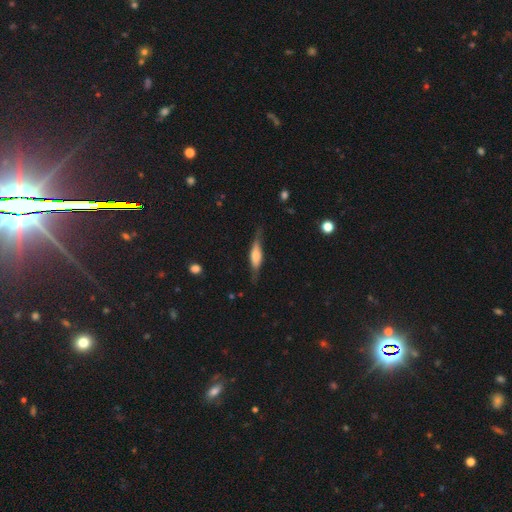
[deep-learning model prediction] featured or disk 54%, smooth 40%, star or artifact 6%. Down the decision tree: edge-on disk — yes (89%); merging — none (72%).